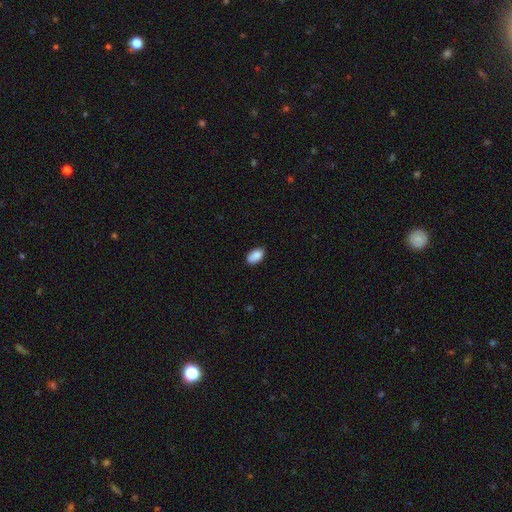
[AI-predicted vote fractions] Smooth or featured: smooth — 89% (star or artifact — 7%)
How rounded: in between — 93% (round — 5%)
Merging: none — 83% (minor disturbance — 14%)